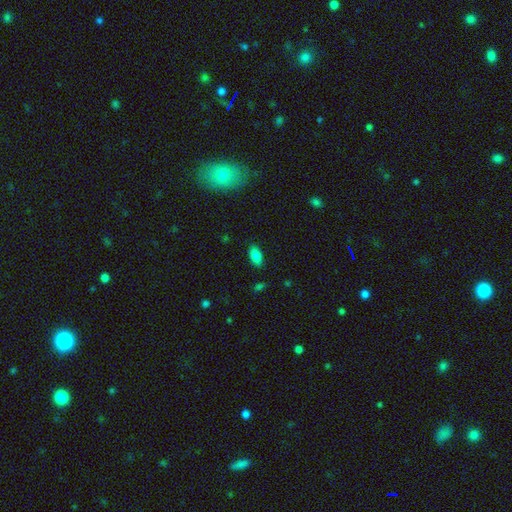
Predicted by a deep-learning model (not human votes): A smooth galaxy with no disk features (84%) that is in between round and cigar-shaped (91%). Merging: none (86%).